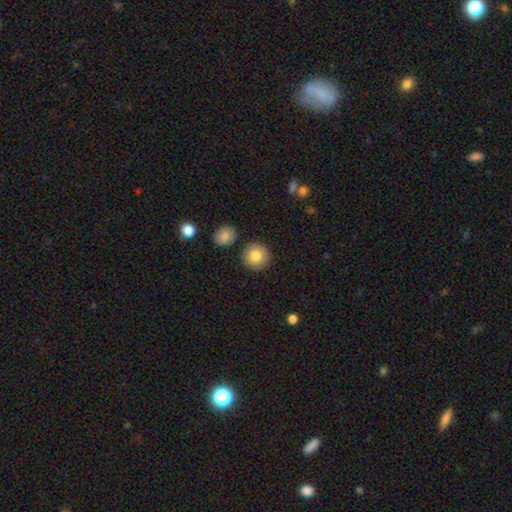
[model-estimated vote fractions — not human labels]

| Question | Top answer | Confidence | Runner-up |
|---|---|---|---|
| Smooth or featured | smooth | 84% | featured or disk (8%) |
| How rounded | round | 94% | in between (5%) |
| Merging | none | 87% | minor disturbance (7%) |